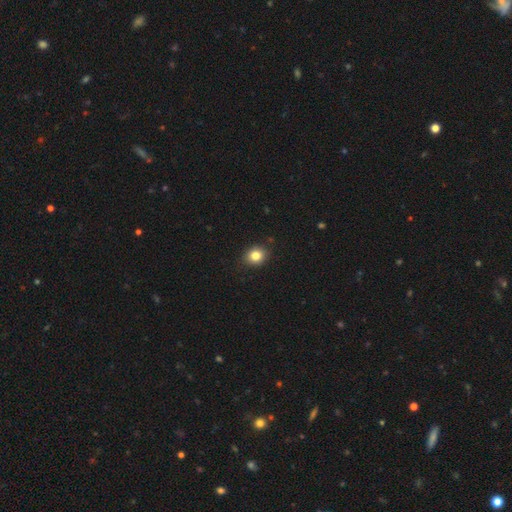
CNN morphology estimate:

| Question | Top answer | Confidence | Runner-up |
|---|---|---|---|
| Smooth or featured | smooth | 83% | star or artifact (11%) |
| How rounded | round | 64% | in between (36%) |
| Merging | none | 88% | minor disturbance (9%) |